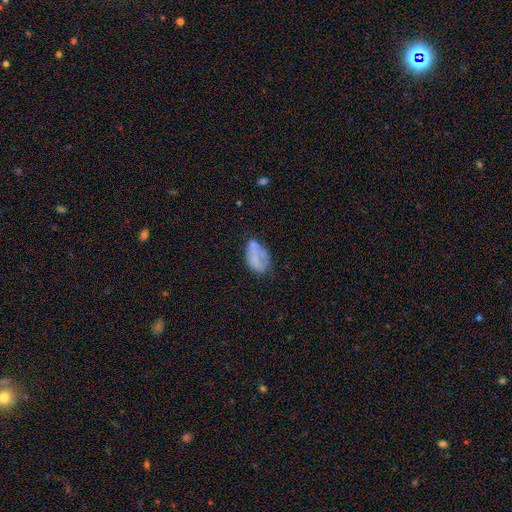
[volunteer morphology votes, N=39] smooth-or-featured: smooth: 49% | featured or disk: 44% | star or artifact: 8%
  how-rounded: in between: 89% | round: 5% | cigar-shaped: 5%
  merging: minor disturbance: 42% | none: 36% | major disturbance: 14% | merger: 8%